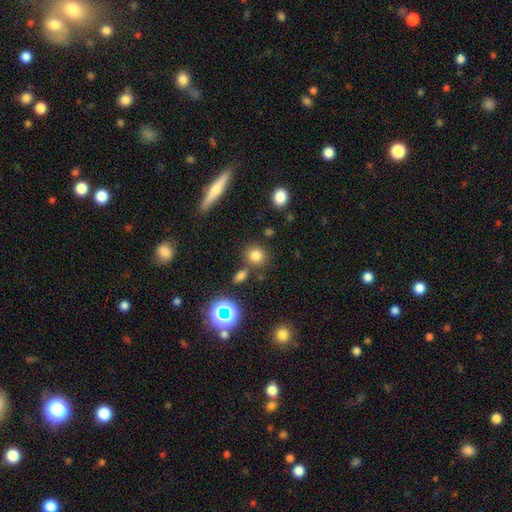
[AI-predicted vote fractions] smooth-or-featured: smooth: 76% | star or artifact: 16% | featured or disk: 7%
  how-rounded: round: 83% | in between: 15% | cigar-shaped: 2%
  merging: none: 76% | merger: 11% | minor disturbance: 9% | major disturbance: 4%